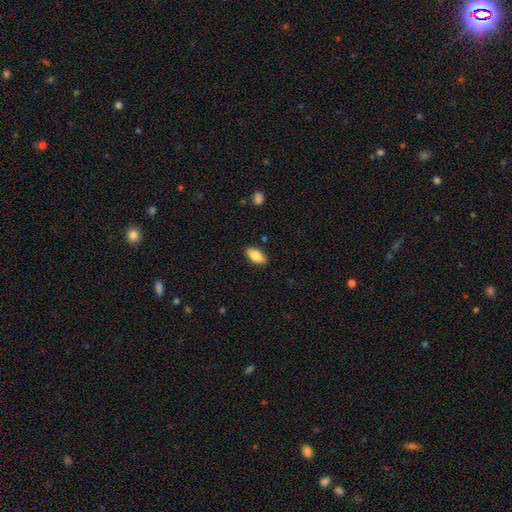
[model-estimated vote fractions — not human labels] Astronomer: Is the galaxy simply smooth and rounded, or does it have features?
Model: smooth — 82%.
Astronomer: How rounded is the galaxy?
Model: in between — 90%.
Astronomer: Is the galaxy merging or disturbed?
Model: none — 87%.